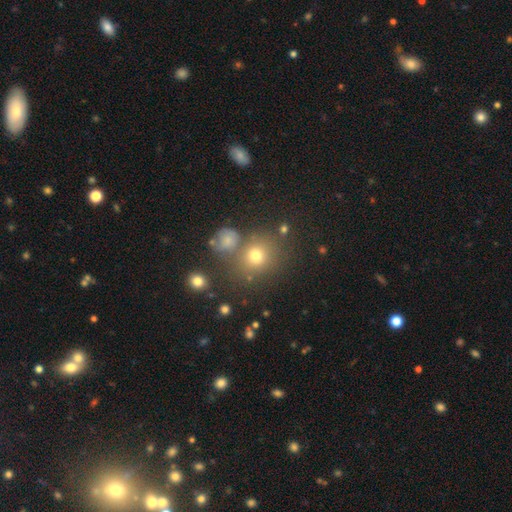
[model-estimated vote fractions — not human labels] Smooth or featured? smooth (69%)
How rounded? round (79%)
Merging? none (69%)